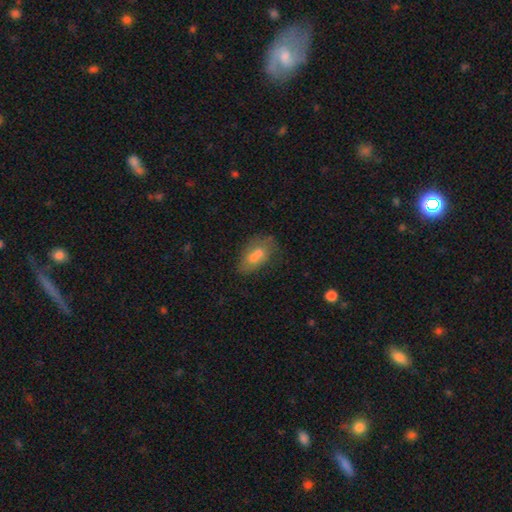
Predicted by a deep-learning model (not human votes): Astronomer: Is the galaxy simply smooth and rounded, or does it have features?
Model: smooth — 61%.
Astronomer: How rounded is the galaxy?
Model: in between — 81%.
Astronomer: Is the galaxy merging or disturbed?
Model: merger — 39%, tied with none at 39%.